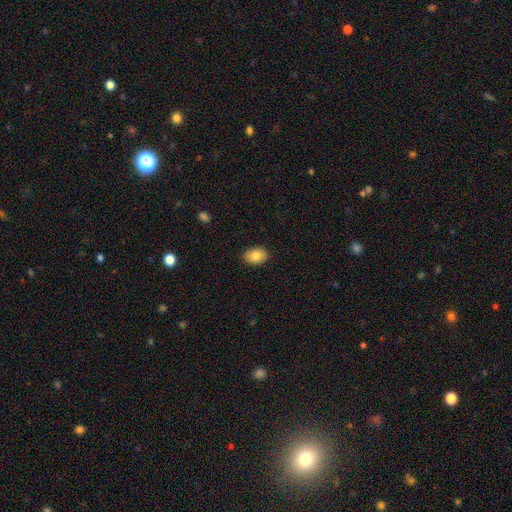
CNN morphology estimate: Smooth or featured?
  - smooth: 82% *
  - featured or disk: 10%
  - star or artifact: 7%
How rounded?
  - in between: 80% *
  - round: 19%
  - cigar-shaped: 1%
Merging?
  - none: 89% *
  - minor disturbance: 8%
  - major disturbance: 2%
  - merger: 1%